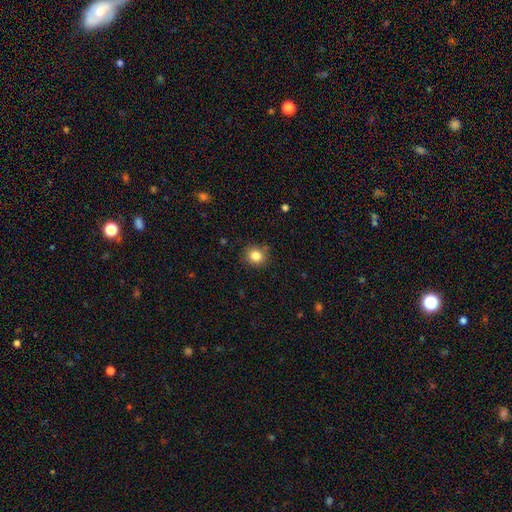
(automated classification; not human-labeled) Overall: smooth (83%). How rounded: round (82%). Merging: none (85%).